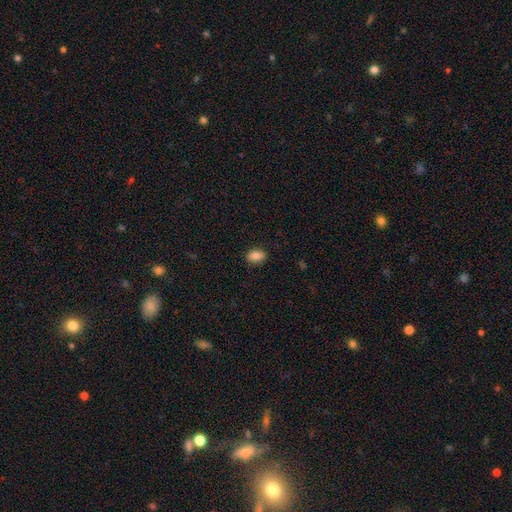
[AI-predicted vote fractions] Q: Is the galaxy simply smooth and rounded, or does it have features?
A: smooth — 84%.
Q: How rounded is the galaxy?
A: in between — 79%.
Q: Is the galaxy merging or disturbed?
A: none — 86%.